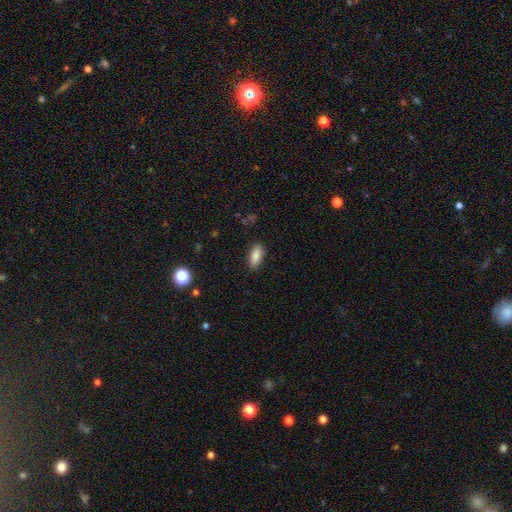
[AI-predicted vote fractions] Q: Smooth or featured?
A: smooth (86%); runner-up: star or artifact (7%)
Q: How rounded?
A: in between (83%); runner-up: cigar-shaped (14%)
Q: Merging?
A: none (86%); runner-up: minor disturbance (11%)